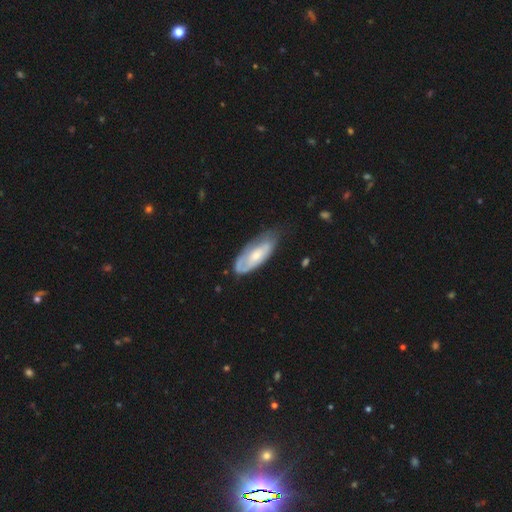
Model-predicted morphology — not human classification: A featured or disk galaxy (50%).

Vote fractions:
- Smooth or featured? featured or disk: 50% / smooth: 44% / star or artifact: 5%
- Edge-on disk? no: 86% / yes: 14%
- Merging? none: 50% / minor disturbance: 32% / major disturbance: 15% / merger: 2%